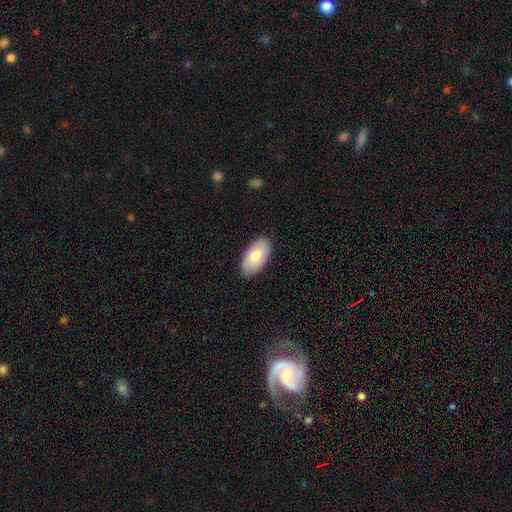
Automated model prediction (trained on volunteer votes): Overall: smooth (73%). How rounded: in between (95%). Merging: none (87%).